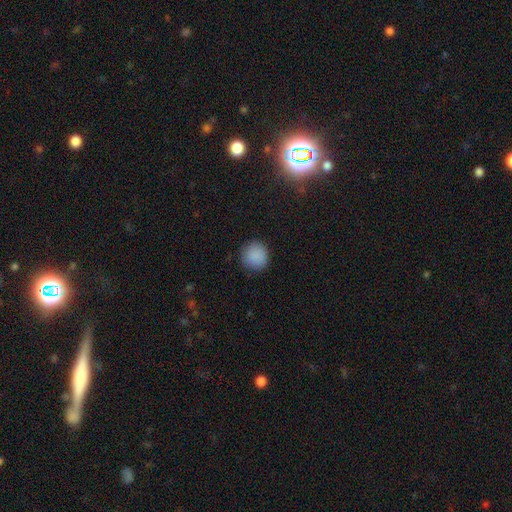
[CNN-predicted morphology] smooth-or-featured: smooth: 89% | star or artifact: 8% | featured or disk: 3%
  how-rounded: round: 93% | in between: 6% | cigar-shaped: 1%
  merging: none: 89% | minor disturbance: 8% | major disturbance: 2% | merger: 1%